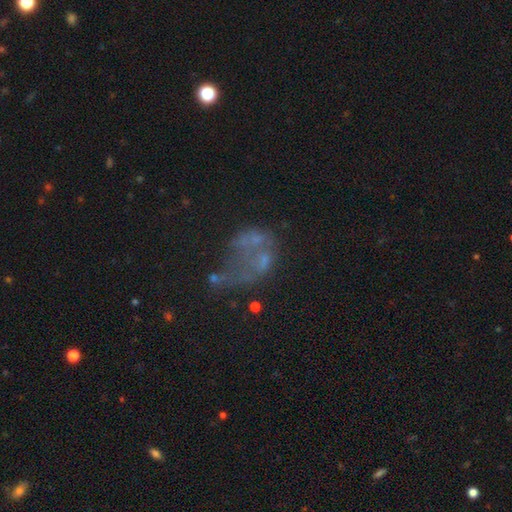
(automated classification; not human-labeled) Smooth or featured?
  - featured or disk: 45% *
  - smooth: 28%
  - star or artifact: 27%
Merging?
  - major disturbance: 32% * (tied)
  - none: 32% * (tied)
  - merger: 22%
  - minor disturbance: 13%